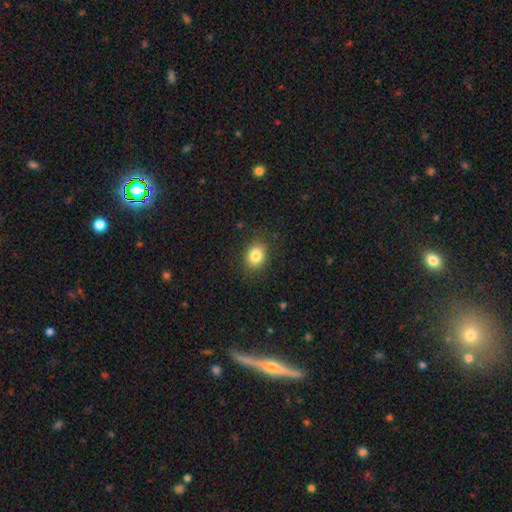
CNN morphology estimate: smooth 83%, star or artifact 10%, featured or disk 7%. Down the decision tree: how rounded — in between (53%); merging — none (85%).